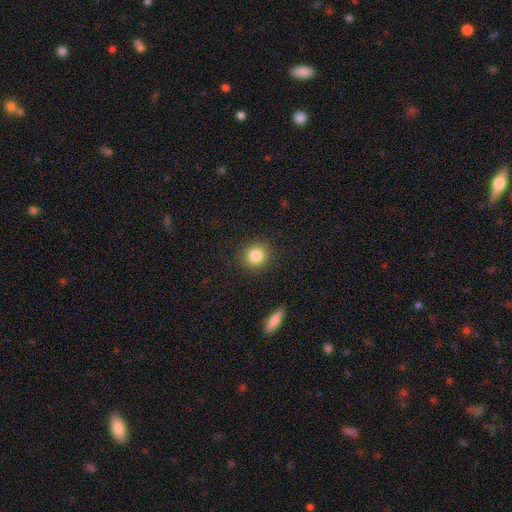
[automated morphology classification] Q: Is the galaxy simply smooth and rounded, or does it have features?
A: smooth — 84%.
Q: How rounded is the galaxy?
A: round — 88%.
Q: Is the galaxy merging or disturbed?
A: none — 90%.